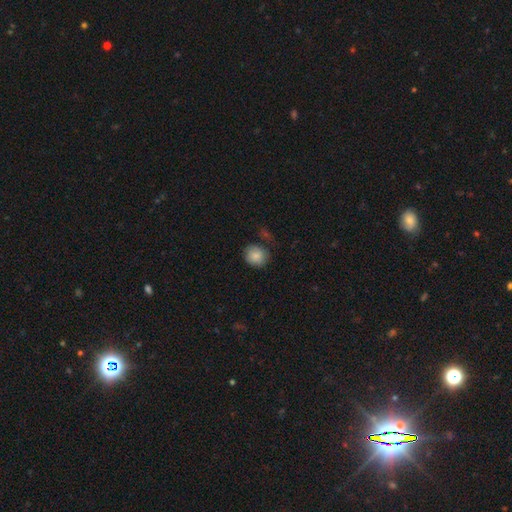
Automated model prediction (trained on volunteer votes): Smooth or featured: smooth — 86% (star or artifact — 8%)
How rounded: round — 79% (in between — 20%)
Merging: none — 72% (minor disturbance — 18%)